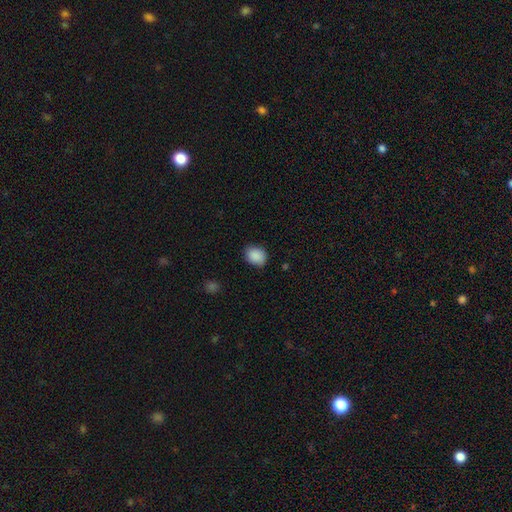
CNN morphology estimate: Smooth or featured: smooth — 89% (star or artifact — 8%)
How rounded: in between — 54% (round — 45%)
Merging: none — 81% (minor disturbance — 14%)